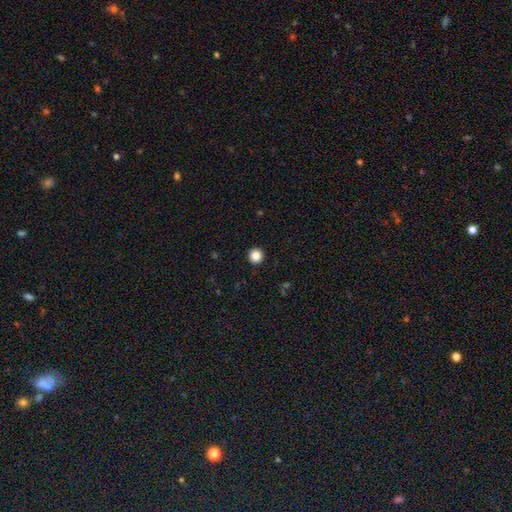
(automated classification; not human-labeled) A smooth galaxy with no disk features (86%) that is round (96%).

Vote fractions:
- Smooth or featured? smooth: 86% / star or artifact: 10% / featured or disk: 3%
- How rounded? round: 96% / in between: 3% / cigar-shaped: 1%
- Merging? none: 93% / minor disturbance: 4% / major disturbance: 1% / merger: 1%